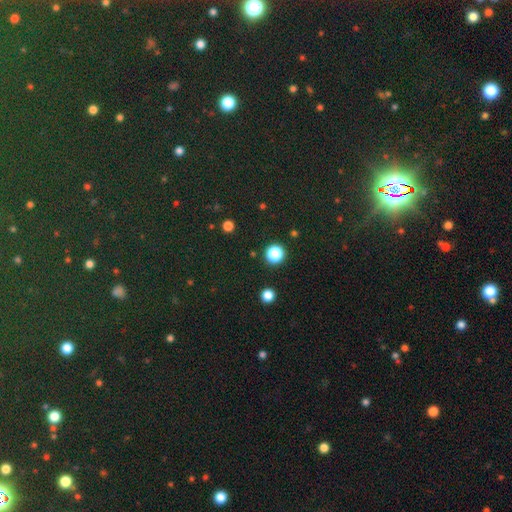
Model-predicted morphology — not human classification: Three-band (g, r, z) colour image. It shows a star or artifact, not a galaxy (80%).